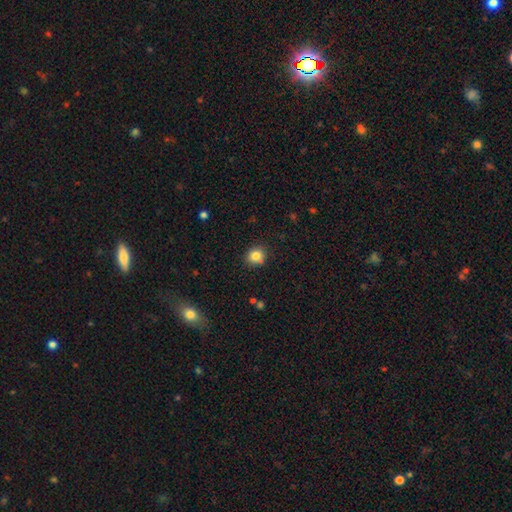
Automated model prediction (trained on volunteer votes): The model was most divided on "how rounded": round: 83%, in between: 17%, cigar-shaped: 1%. More confident: merging — none (84%); smooth or featured — smooth (82%).